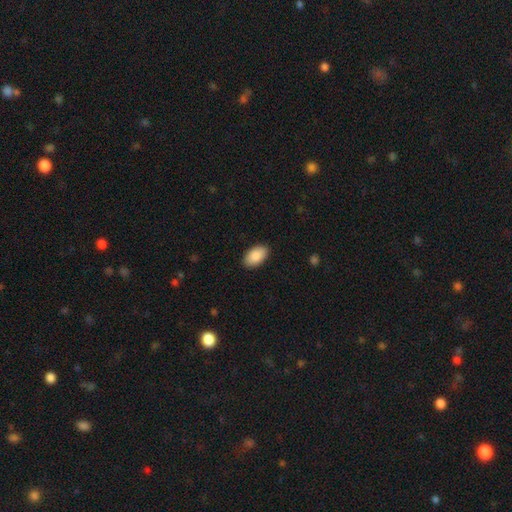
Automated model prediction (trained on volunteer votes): This appears to be a smooth galaxy with no disk features (89%) that is in between round and cigar-shaped (95%). Merging: none (89%).